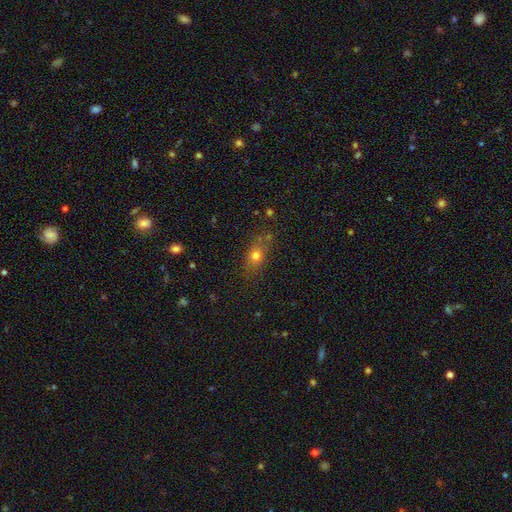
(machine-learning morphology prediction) Overall: smooth (72%). How rounded: in between (58%; round 36%). Merging: none (73%).